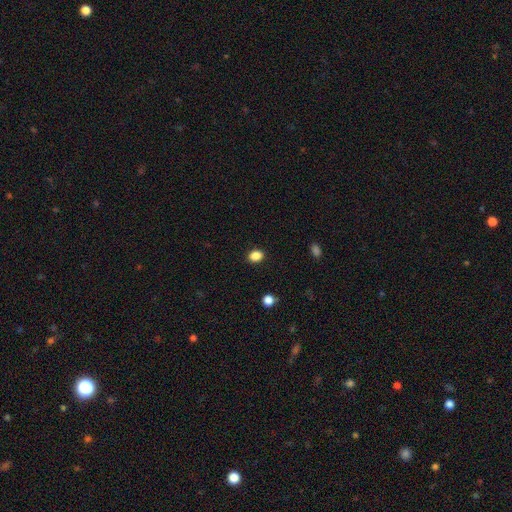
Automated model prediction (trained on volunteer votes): The model was most divided on "how rounded": in between: 58%, round: 41%, cigar-shaped: 1%. More confident: merging — none (89%); smooth or featured — smooth (86%).